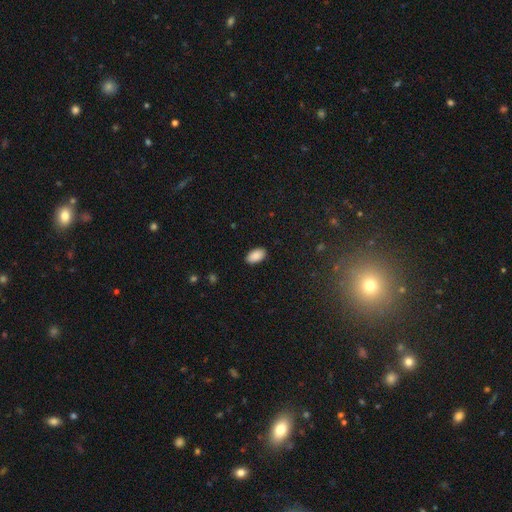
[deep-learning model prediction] This appears to be a smooth galaxy with no disk features (89%) that is in between round and cigar-shaped (95%). Merging: none (89%).